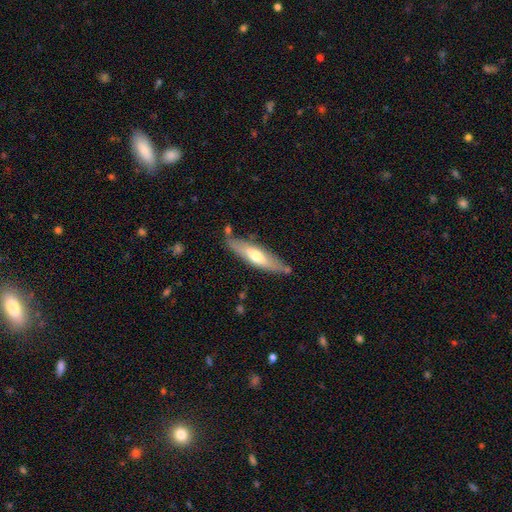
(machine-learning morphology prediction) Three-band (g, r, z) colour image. It shows a smooth galaxy with no disk features (49%). Merging: none (74%).